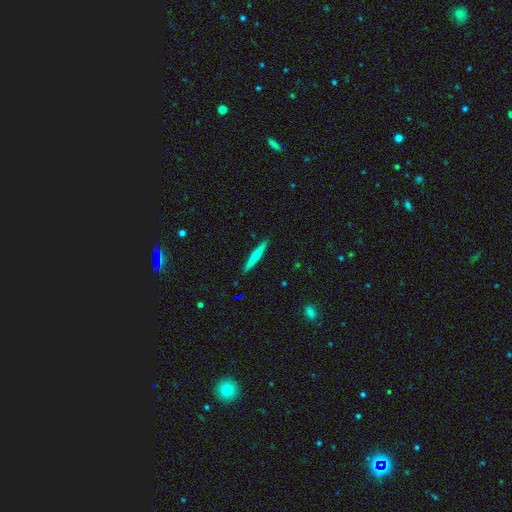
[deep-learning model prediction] The model was most divided on "smooth or featured": smooth: 54%, featured or disk: 40%, star or artifact: 6%. More confident: how rounded — cigar-shaped (95%); merging — none (91%).